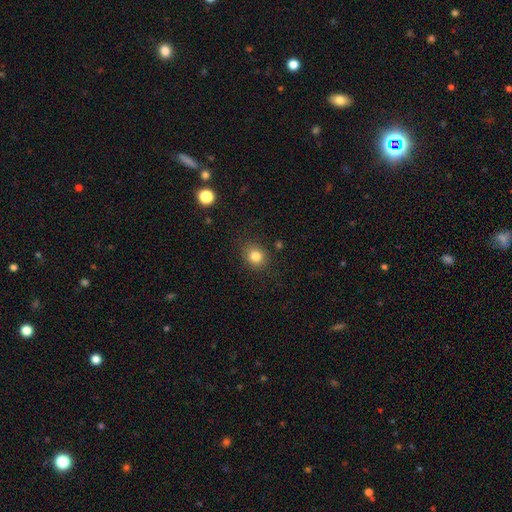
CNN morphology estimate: This is clearly a smooth galaxy (83%). How rounded: likely round (73%). Merging: clearly none (85%).